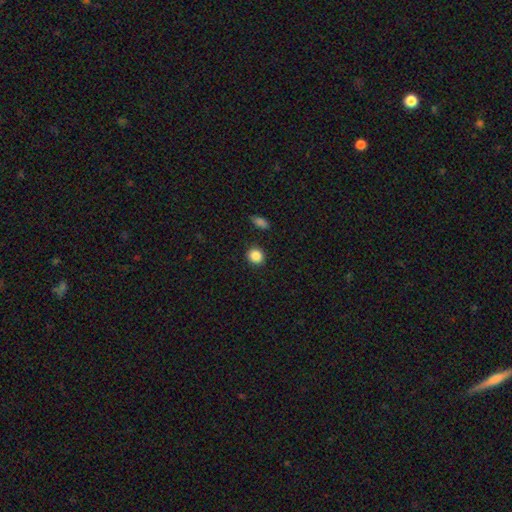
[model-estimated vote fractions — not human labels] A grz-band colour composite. It shows a smooth galaxy with no disk features (87%) that is round (78%). Merging: none (89%).